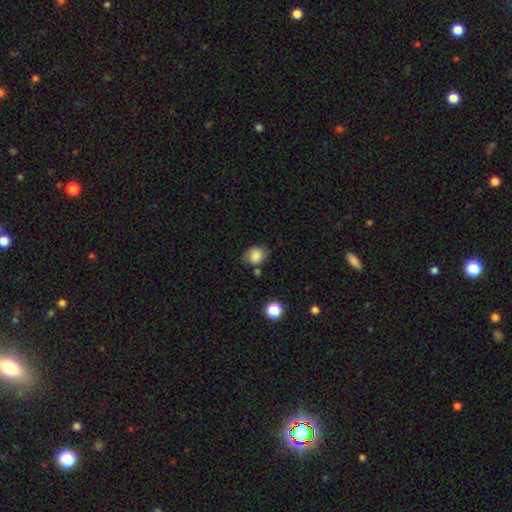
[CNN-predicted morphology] Smooth or featured? smooth (82%)
How rounded? round (65%)
Merging? none (64%)